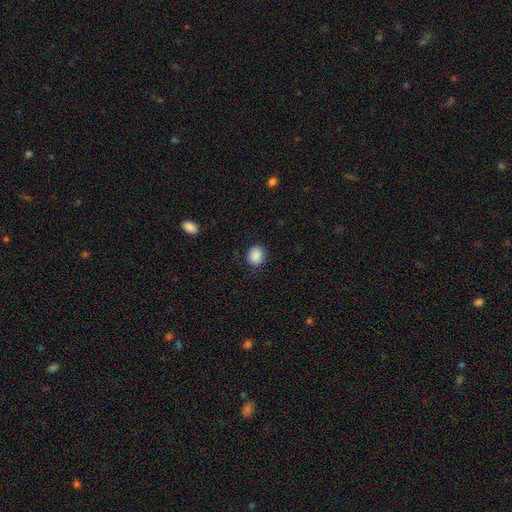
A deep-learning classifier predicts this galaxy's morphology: Overall: smooth (89%). How rounded: round (70%). Merging: none (87%).